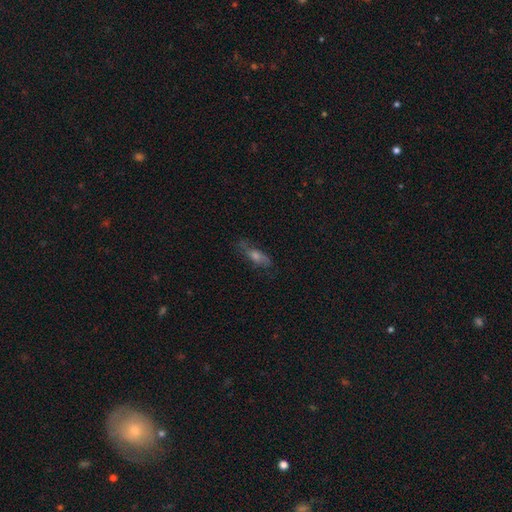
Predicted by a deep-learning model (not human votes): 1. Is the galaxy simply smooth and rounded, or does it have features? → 46% featured or disk, 38% smooth, 16% star or artifact.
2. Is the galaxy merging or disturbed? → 69% none, 20% minor disturbance, 9% major disturbance, 2% merger.